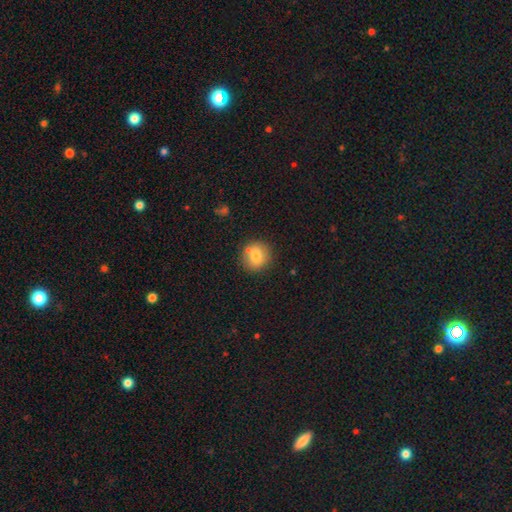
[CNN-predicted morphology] Smooth or featured? Predicted: smooth (p=0.78). How rounded? Predicted: round (p=0.87). Merging? Predicted: none (p=0.80).